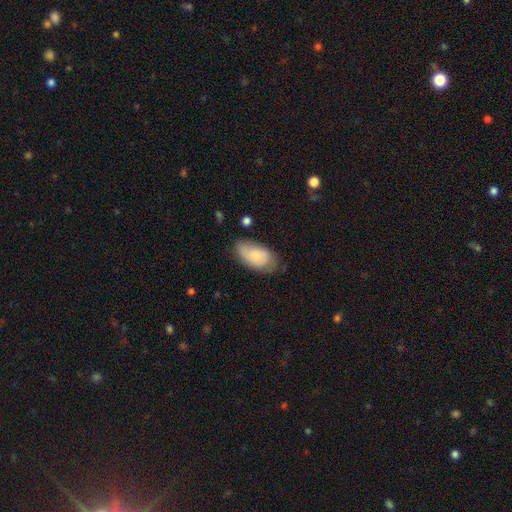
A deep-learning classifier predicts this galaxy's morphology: Q: Smooth or featured?
A: smooth (69%); runner-up: featured or disk (25%)
Q: How rounded?
A: in between (94%); runner-up: round (4%)
Q: Merging?
A: none (60%); runner-up: minor disturbance (29%)